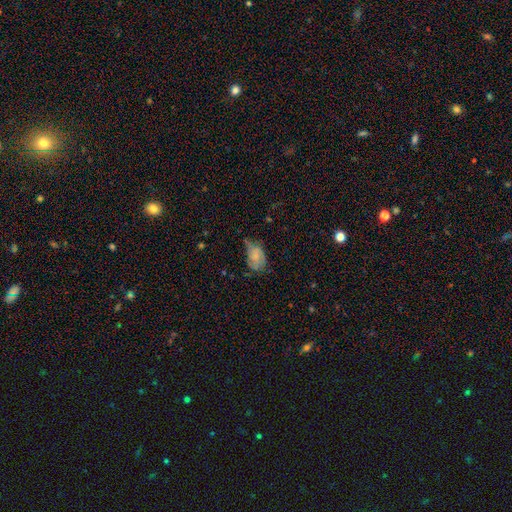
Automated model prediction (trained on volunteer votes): A smooth galaxy with no disk features (60%) that is in between round and cigar-shaped (87%).

Vote fractions:
- Smooth or featured? smooth: 60% / featured or disk: 29% / star or artifact: 10%
- How rounded? in between: 87% / round: 11% / cigar-shaped: 2%
- Merging? minor disturbance: 43% / none: 32% / major disturbance: 22% / merger: 3%